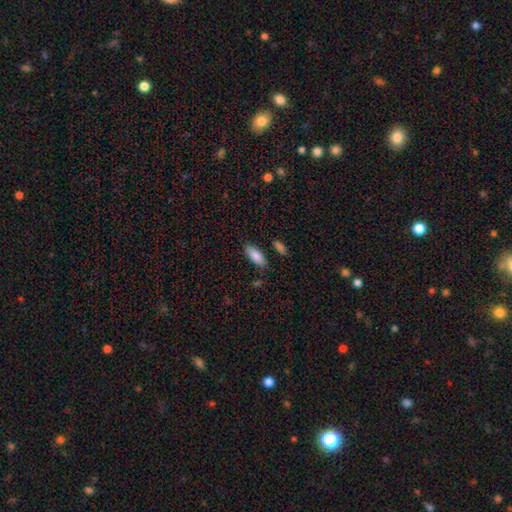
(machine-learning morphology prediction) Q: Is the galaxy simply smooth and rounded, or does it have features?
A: smooth — 86%.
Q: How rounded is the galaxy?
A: in between — 81%.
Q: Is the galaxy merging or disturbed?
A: none — 82%.